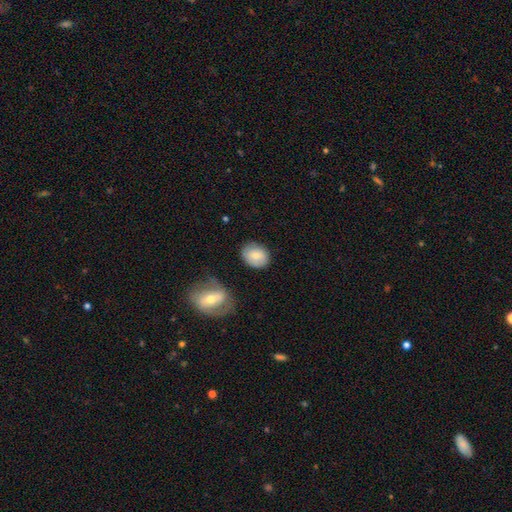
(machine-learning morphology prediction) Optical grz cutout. It shows a smooth galaxy with no disk features (73%) that is in between round and cigar-shaped (55%). Merging: none (78%).